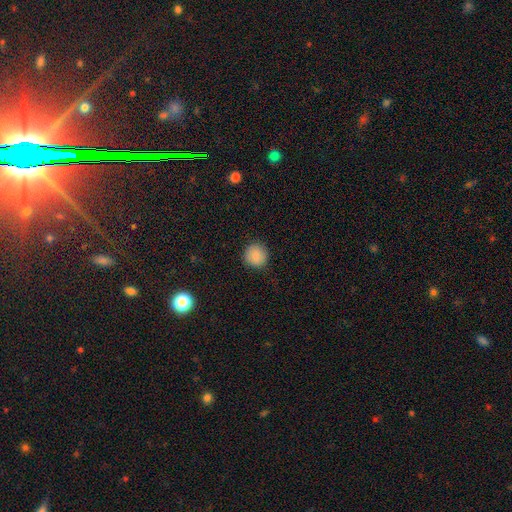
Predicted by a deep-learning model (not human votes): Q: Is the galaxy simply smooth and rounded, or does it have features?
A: smooth — 87%.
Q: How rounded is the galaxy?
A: round — 93%.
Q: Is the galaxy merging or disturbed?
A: none — 89%.